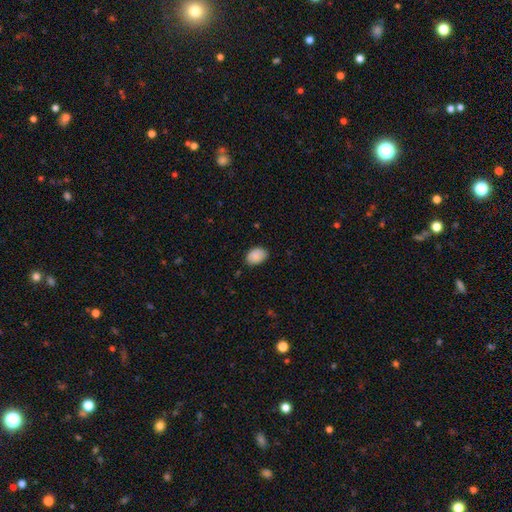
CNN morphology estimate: smooth-or-featured: smooth: 86% | star or artifact: 7% | featured or disk: 7%
  how-rounded: in between: 80% | round: 19% | cigar-shaped: 1%
  merging: none: 75% | minor disturbance: 20% | major disturbance: 3% | merger: 1%